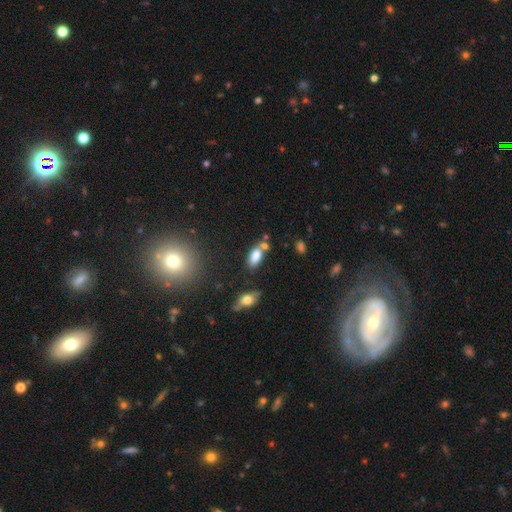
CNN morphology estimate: Q: Smooth or featured?
A: smooth (79%); runner-up: featured or disk (11%)
Q: How rounded?
A: in between (88%); runner-up: cigar-shaped (7%)
Q: Merging?
A: none (56%); runner-up: merger (24%)